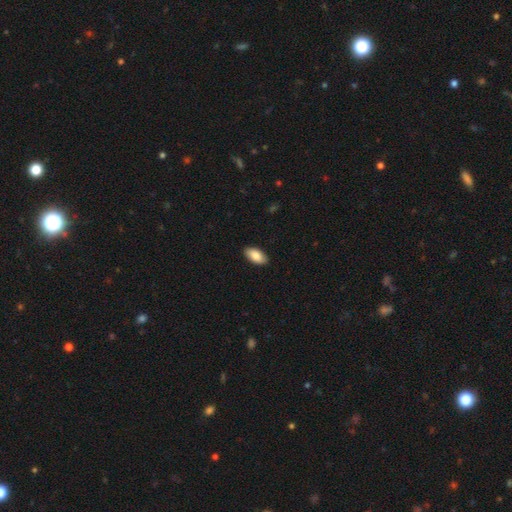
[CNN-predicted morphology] This is clearly a smooth galaxy (87%). How rounded: clearly in between (94%). Merging: clearly none (89%).